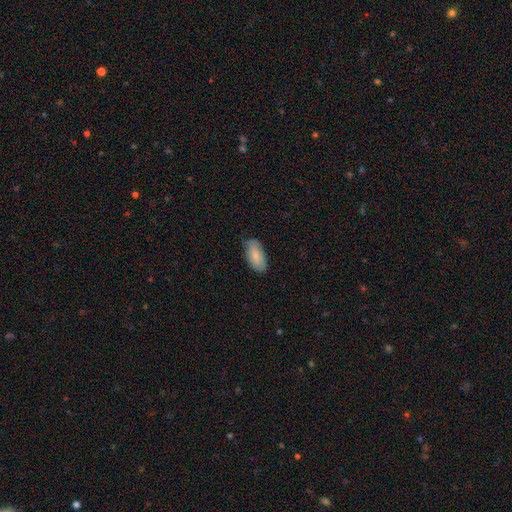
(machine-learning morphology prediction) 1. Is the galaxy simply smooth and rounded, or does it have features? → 83% smooth, 11% featured or disk, 6% star or artifact.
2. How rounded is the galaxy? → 93% in between, 4% cigar-shaped, 2% round.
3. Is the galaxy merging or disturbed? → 68% none, 27% minor disturbance, 4% major disturbance, 1% merger.